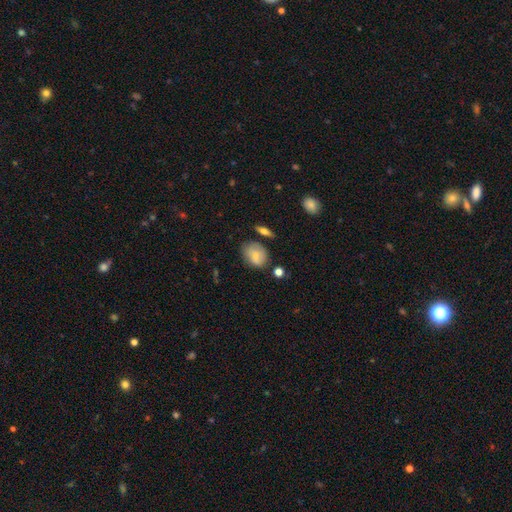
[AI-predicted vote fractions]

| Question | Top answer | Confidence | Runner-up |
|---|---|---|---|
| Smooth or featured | smooth | 75% | featured or disk (17%) |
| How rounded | in between | 65% | round (33%) |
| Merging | none | 60% | minor disturbance (27%) |